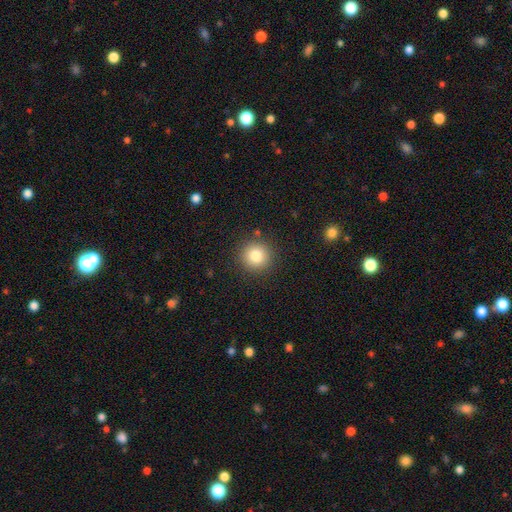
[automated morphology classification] Overall: smooth (82%). How rounded: round (93%). Merging: none (89%).